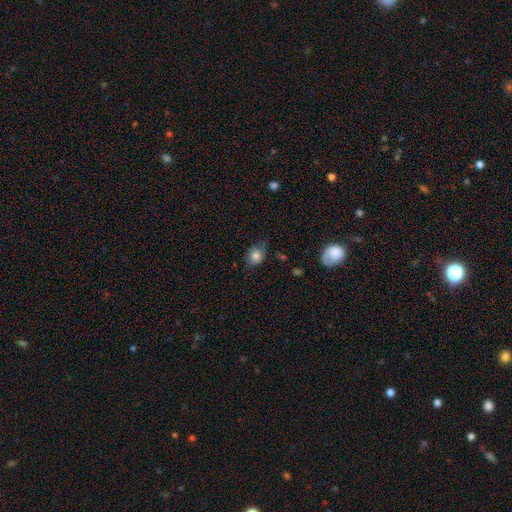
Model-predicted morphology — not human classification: The model was most divided on "how rounded": in between: 53%, round: 45%, cigar-shaped: 1%. More confident: smooth or featured — smooth (80%); merging — none (57%).